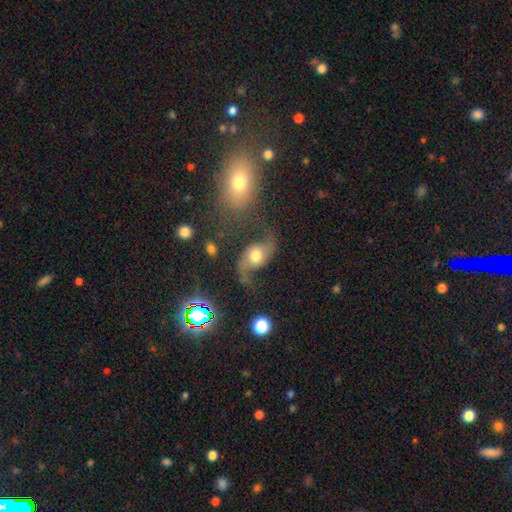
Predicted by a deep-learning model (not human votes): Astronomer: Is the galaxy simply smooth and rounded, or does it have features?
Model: featured or disk — 79%.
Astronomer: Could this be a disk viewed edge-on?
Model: no — 96%.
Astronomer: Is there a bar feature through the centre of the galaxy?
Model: no — 63%.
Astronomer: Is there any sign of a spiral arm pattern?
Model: yes — 94%.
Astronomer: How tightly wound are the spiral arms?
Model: loose — 85%.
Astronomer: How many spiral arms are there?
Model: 2 — 93%.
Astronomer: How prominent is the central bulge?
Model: moderate — 56%.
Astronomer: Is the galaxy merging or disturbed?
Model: none — 61%.